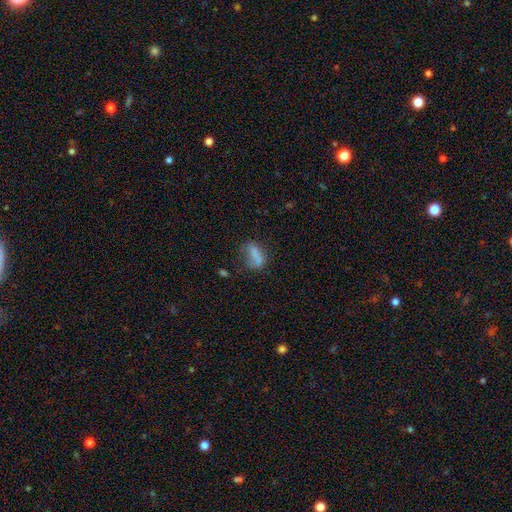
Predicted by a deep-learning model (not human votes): smooth-or-featured: smooth: 68% | featured or disk: 20% | star or artifact: 12%
  how-rounded: in between: 77% | round: 12% | cigar-shaped: 12%
  merging: none: 35% | minor disturbance: 22% | merger: 22% | major disturbance: 21%